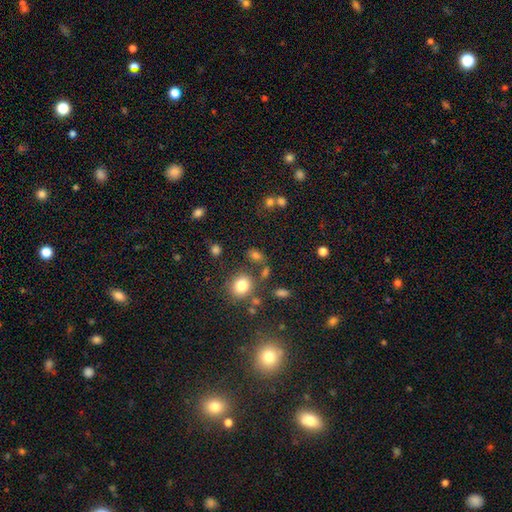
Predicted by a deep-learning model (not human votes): A smooth galaxy with no disk features (76%) that is in between round and cigar-shaped (62%). Merging: none (67%).